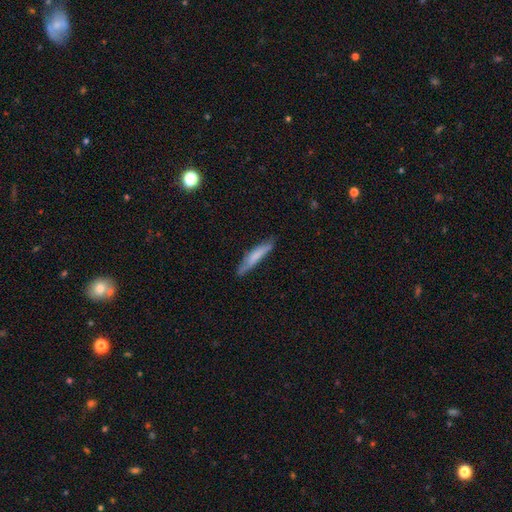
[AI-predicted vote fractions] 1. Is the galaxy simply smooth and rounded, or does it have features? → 68% smooth, 26% featured or disk, 6% star or artifact.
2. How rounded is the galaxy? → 89% cigar-shaped, 10% in between, 1% round.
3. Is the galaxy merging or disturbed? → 72% none, 21% minor disturbance, 4% major disturbance, 2% merger.